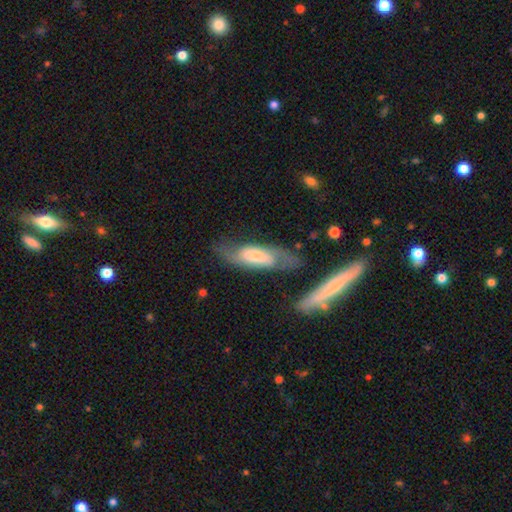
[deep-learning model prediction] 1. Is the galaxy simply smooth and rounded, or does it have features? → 63% featured or disk, 29% smooth, 8% star or artifact.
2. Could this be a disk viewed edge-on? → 71% no, 29% yes.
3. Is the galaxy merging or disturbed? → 65% none, 20% minor disturbance, 8% major disturbance, 7% merger.